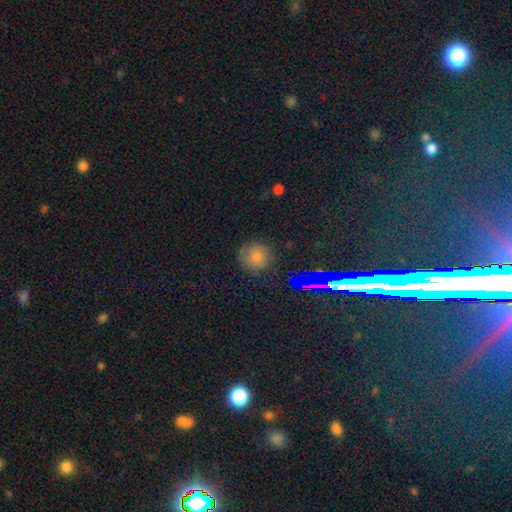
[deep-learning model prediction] smooth-or-featured: smooth: 62% | star or artifact: 27% | featured or disk: 11%
  how-rounded: round: 89% | in between: 9% | cigar-shaped: 1%
  merging: none: 82% | minor disturbance: 13% | major disturbance: 4% | merger: 2%